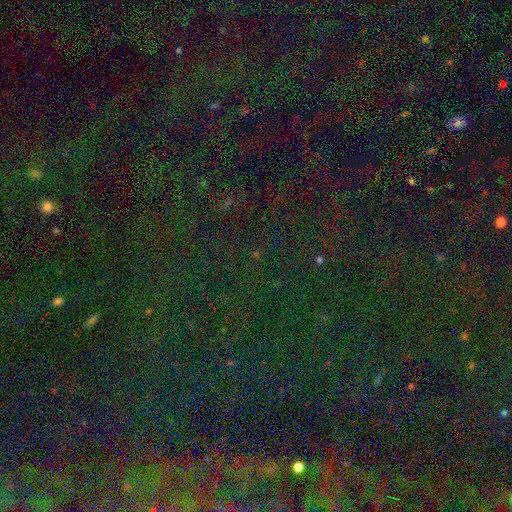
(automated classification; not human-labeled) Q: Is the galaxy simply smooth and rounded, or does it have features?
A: star or artifact — 81%.